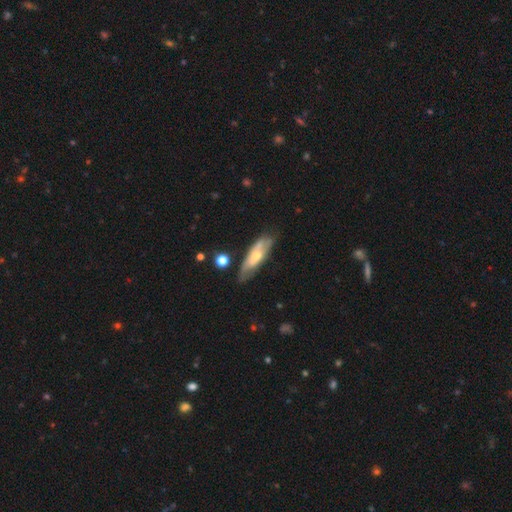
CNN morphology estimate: A featured or disk galaxy (50%).

Vote fractions:
- Smooth or featured? featured or disk: 50% / smooth: 44% / star or artifact: 6%
- Merging? none: 61% / minor disturbance: 26% / major disturbance: 9% / merger: 5%